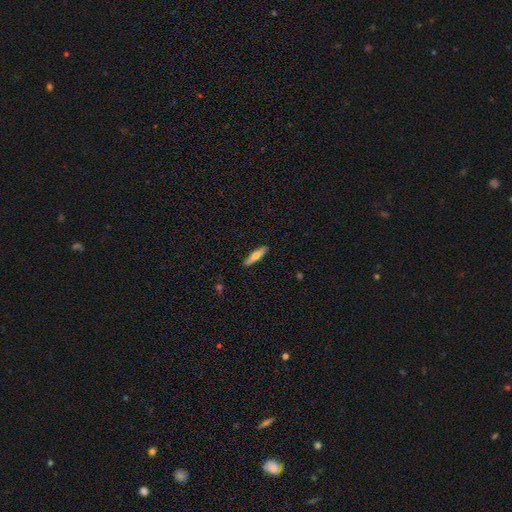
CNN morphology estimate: Q: Smooth or featured?
A: smooth (63%); runner-up: featured or disk (31%)
Q: How rounded?
A: cigar-shaped (79%); runner-up: in between (20%)
Q: Merging?
A: none (90%); runner-up: minor disturbance (8%)